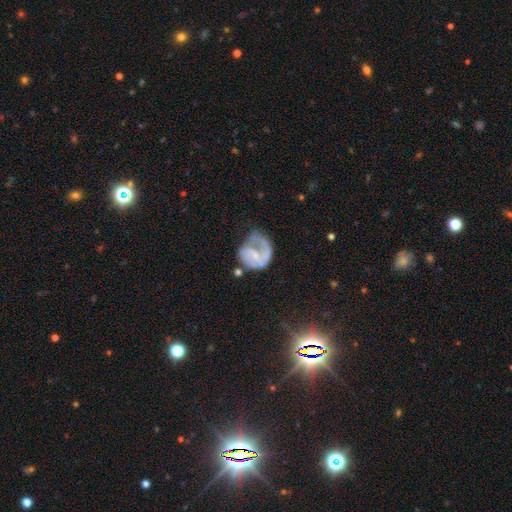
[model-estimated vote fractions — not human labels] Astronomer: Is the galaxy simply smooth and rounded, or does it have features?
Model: featured or disk — 68%.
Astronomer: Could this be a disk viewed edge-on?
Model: no — 98%.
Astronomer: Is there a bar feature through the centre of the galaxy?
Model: no — 58% (runner-up: weak, 35%).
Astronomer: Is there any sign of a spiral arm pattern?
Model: yes — 78%.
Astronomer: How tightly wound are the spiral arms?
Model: medium — 38% (runner-up: tight, 33%).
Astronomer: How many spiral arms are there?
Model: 1 — 55%.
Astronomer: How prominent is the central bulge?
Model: small — 60%.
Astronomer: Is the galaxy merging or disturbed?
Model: major disturbance — 39% (runner-up: none, 32%).